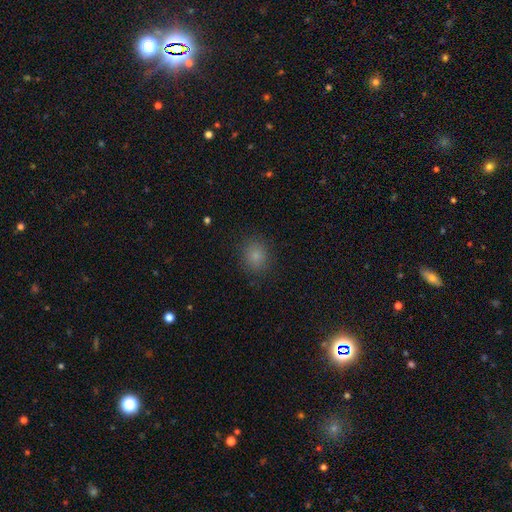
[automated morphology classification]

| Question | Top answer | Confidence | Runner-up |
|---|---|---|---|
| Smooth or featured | smooth | 81% | star or artifact (13%) |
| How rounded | round | 72% | in between (27%) |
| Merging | none | 86% | minor disturbance (9%) |